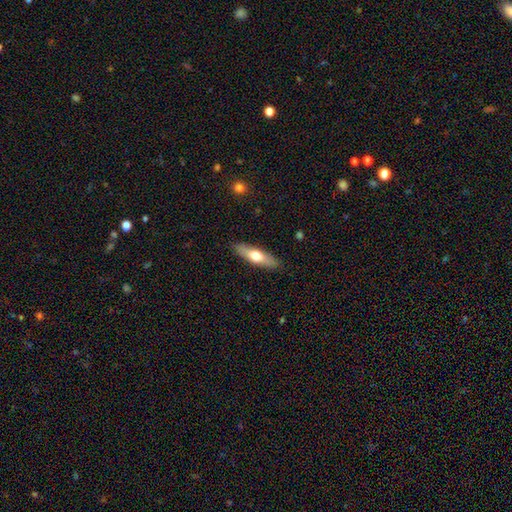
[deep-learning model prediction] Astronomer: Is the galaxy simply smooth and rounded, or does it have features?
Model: smooth — 58% (runner-up: featured or disk, 37%).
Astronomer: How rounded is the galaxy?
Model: cigar-shaped — 64%.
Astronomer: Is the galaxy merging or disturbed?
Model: none — 89%.